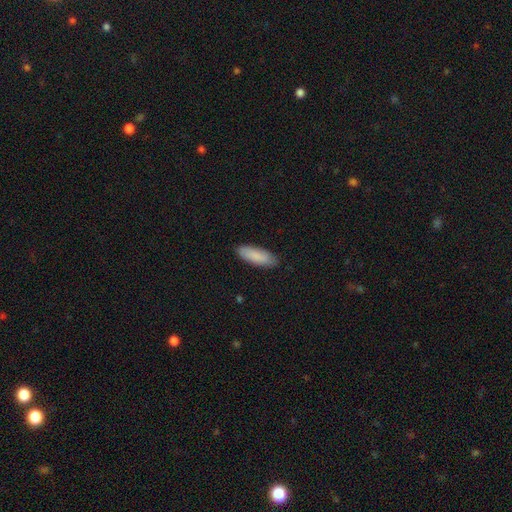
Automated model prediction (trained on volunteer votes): smooth-or-featured: smooth: 87% | featured or disk: 8% | star or artifact: 5%
  how-rounded: in between: 61% | cigar-shaped: 37% | round: 1%
  merging: none: 87% | minor disturbance: 10% | major disturbance: 2% | merger: 1%